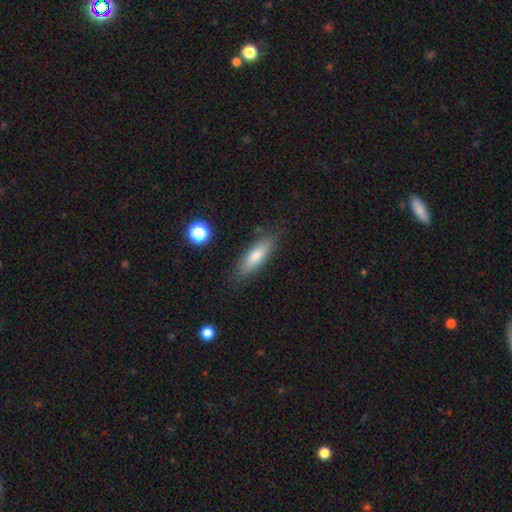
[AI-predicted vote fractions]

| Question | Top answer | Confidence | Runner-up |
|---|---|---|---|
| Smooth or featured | smooth | 76% | featured or disk (17%) |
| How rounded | cigar-shaped | 51% | in between (47%) |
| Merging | none | 82% | minor disturbance (12%) |